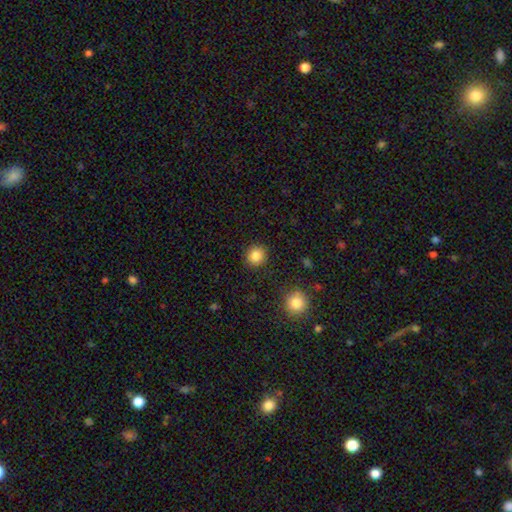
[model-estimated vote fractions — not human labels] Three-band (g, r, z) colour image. It shows a smooth galaxy with no disk features (85%) that is round (91%). Merging: none (90%).